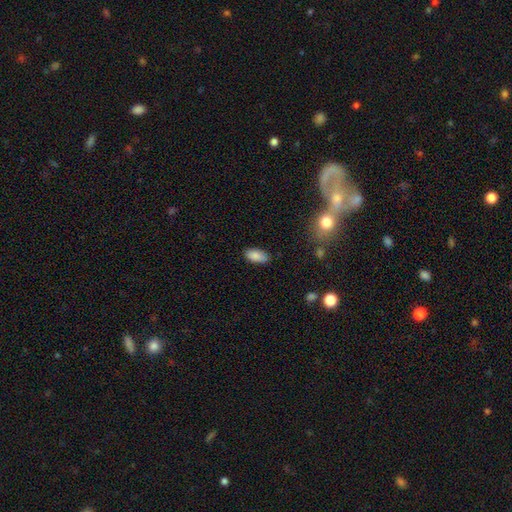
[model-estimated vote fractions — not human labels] Smooth or featured? smooth (87%)
How rounded? in between (92%)
Merging? none (85%)